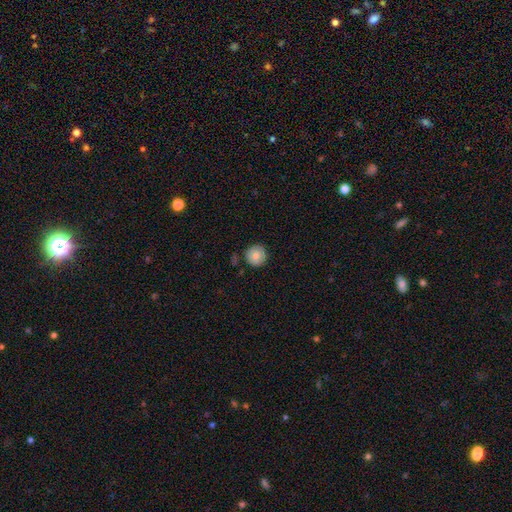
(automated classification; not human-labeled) A smooth galaxy with no disk features (77%) that is round (95%). Merging: none (85%).